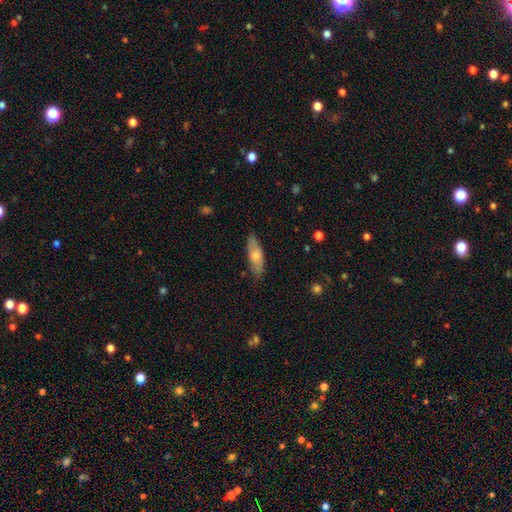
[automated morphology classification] The model was most divided on "how rounded": in between: 60%, cigar-shaped: 38%, round: 2%. More confident: merging — none (80%); smooth or featured — smooth (66%).